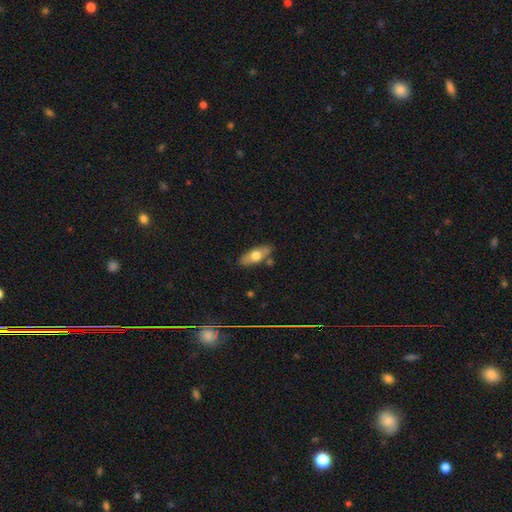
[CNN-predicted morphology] This is possibly a smooth galaxy (60%). How rounded: likely in between (75%). Merging: likely none (78%).